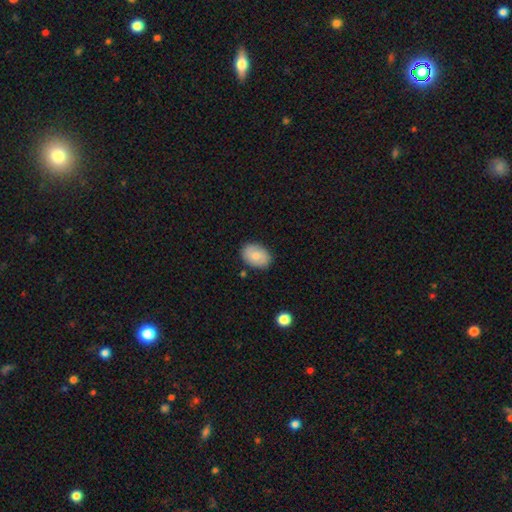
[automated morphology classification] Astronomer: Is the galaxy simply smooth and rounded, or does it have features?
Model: smooth — 80%.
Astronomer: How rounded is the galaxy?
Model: in between — 82%.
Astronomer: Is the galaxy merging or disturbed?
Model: none — 85%.